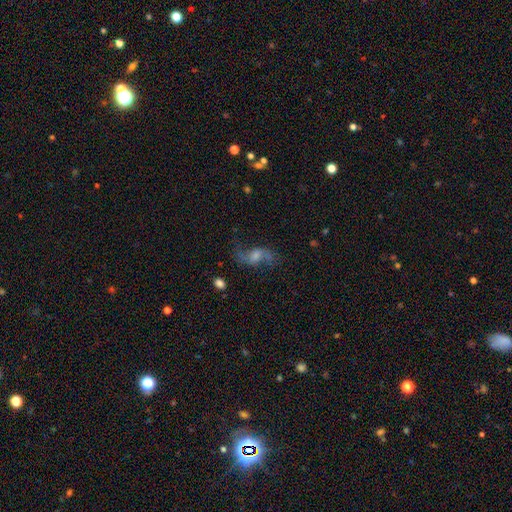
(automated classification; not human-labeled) Smooth or featured? Predicted: featured or disk (p=0.75). Edge-on disk? Predicted: no (p=0.94). Bar? Predicted: no (p=0.45). Spiral arms? Predicted: yes (p=0.92). Spiral winding? Predicted: loose (p=0.82). Spiral arm count? Predicted: 2 (p=0.90). Bulge size? Predicted: small (p=0.39). Merging? Predicted: none (p=0.67).